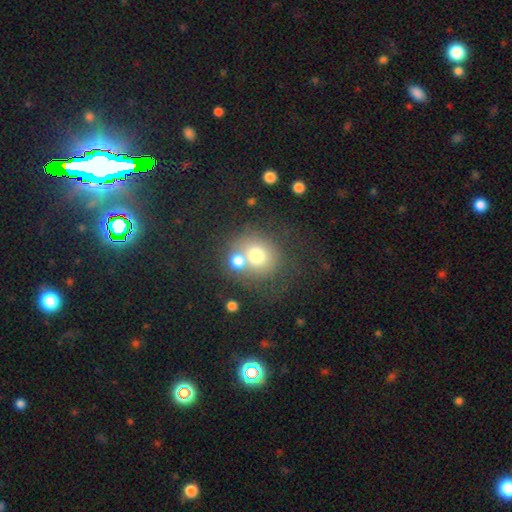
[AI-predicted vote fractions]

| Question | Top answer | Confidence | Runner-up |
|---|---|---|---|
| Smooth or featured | smooth | 68% | featured or disk (18%) |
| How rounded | round | 82% | in between (17%) |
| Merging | merger | 43% | none (41%) |